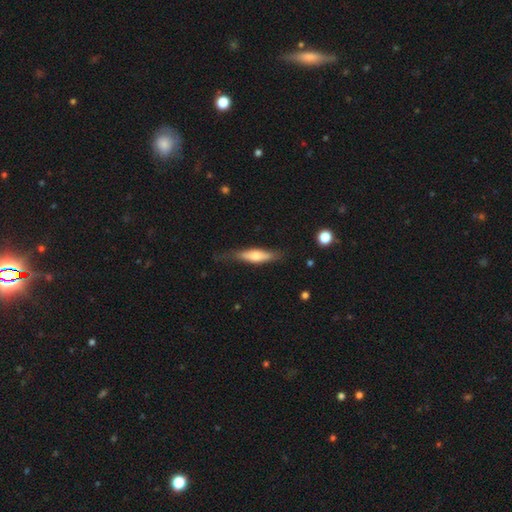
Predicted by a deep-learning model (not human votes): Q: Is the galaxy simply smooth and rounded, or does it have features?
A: smooth — 55%.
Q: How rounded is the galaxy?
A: cigar-shaped — 67%.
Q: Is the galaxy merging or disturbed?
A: none — 67%.